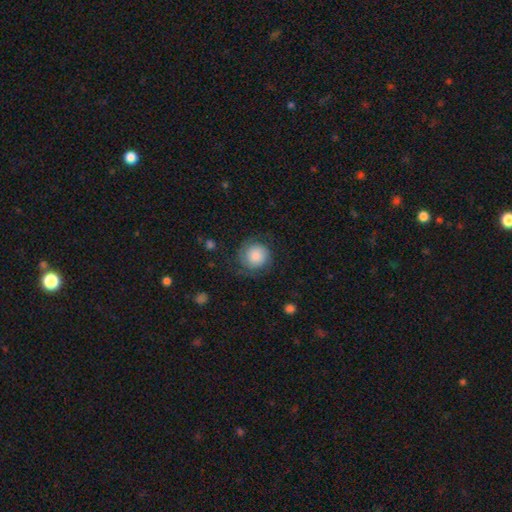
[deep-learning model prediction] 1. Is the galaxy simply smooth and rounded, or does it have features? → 63% smooth, 29% featured or disk, 8% star or artifact.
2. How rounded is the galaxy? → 92% round, 7% in between, 1% cigar-shaped.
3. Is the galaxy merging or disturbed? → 72% none, 17% minor disturbance, 11% major disturbance, 1% merger.